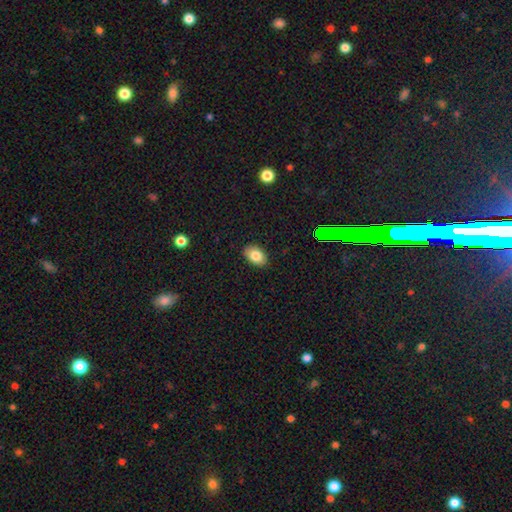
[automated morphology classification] smooth 82%, featured or disk 9%, star or artifact 9%. Down the decision tree: how rounded — in between (86%); merging — none (88%).